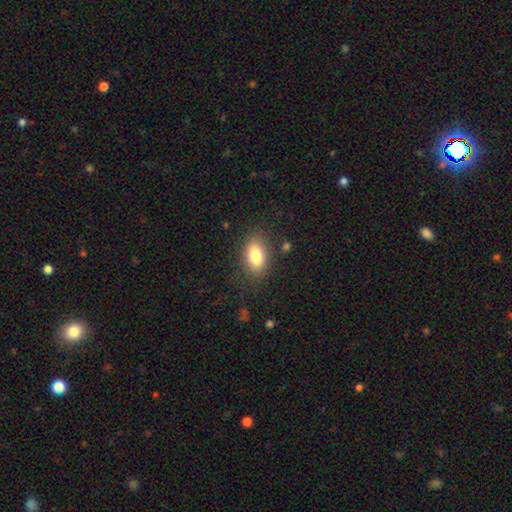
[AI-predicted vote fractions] smooth_or_featured: smooth (p=0.82) [alt: featured or disk p=0.10]
how_rounded: in between (p=0.89) [alt: round p=0.08]
merging: none (p=0.82) [alt: minor disturbance p=0.12]